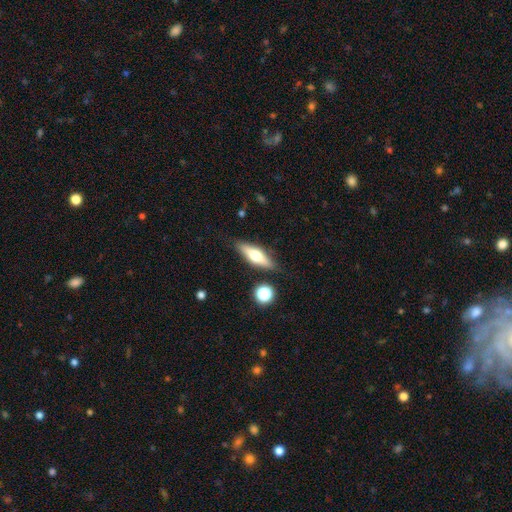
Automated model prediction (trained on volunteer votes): Overall: smooth (51%; featured or disk 42%). How rounded: cigar-shaped (48%, tied with in between). Merging: none (84%).